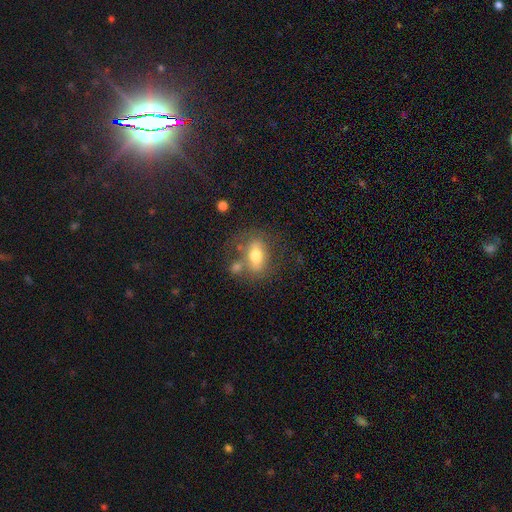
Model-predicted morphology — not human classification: The model was most divided on "smooth or featured": smooth: 59%, featured or disk: 32%, star or artifact: 9%. More confident: how rounded — in between (77%); merging — none (53%).